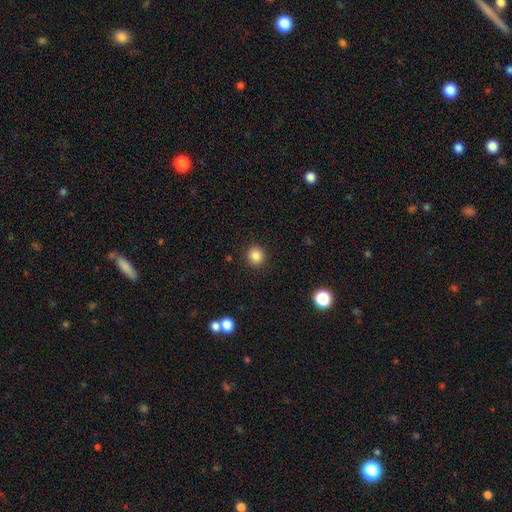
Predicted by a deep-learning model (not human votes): A smooth galaxy with no disk features (86%) that is round (91%).

Vote fractions:
- Smooth or featured? smooth: 86% / star or artifact: 11% / featured or disk: 4%
- How rounded? round: 91% / in between: 8% / cigar-shaped: 1%
- Merging? none: 91% / minor disturbance: 5% / major disturbance: 2% / merger: 1%